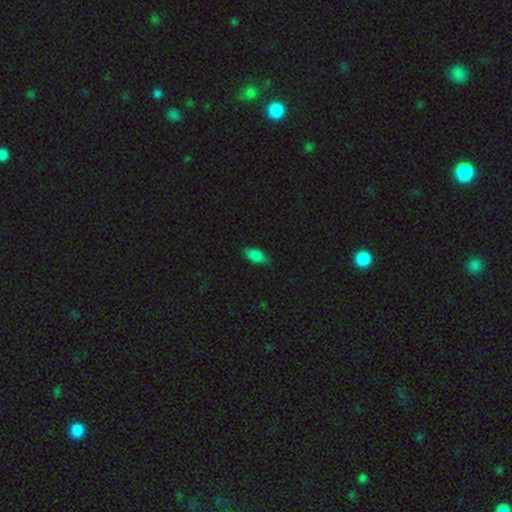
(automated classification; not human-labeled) smooth_or_featured: smooth (p=0.81) [alt: featured or disk p=0.10]
how_rounded: in between (p=0.89) [alt: cigar-shaped p=0.08]
merging: none (p=0.78) [alt: minor disturbance p=0.18]